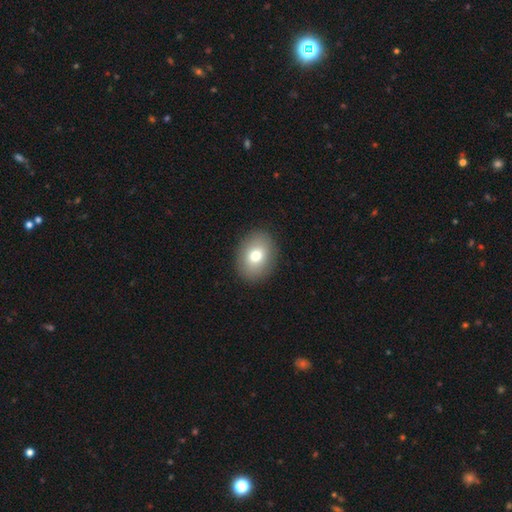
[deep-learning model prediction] Morphology: type=smooth (75%); roundness=in between (62%); merging=none (90%).